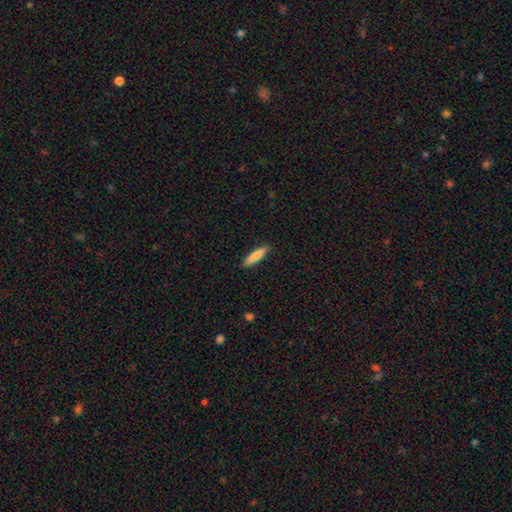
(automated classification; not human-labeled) smooth_or_featured: smooth (p=0.83) [alt: featured or disk p=0.11]
how_rounded: cigar-shaped (p=0.81) [alt: in between p=0.17]
merging: none (p=0.89) [alt: minor disturbance p=0.08]